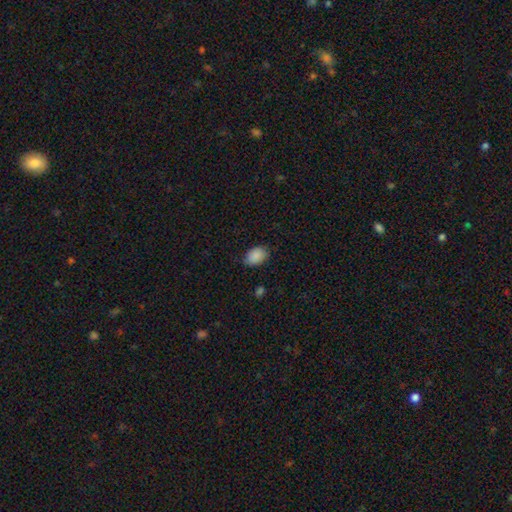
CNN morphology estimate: A smooth galaxy with no disk features (89%) that is in between round and cigar-shaped (83%). Merging: none (81%).